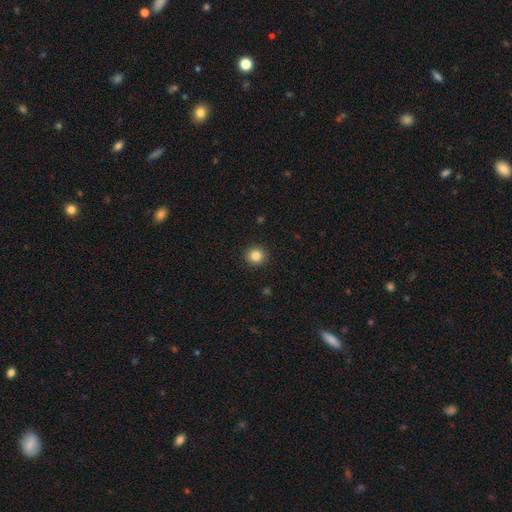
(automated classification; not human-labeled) Overall: smooth (84%). How rounded: round (93%). Merging: none (93%).